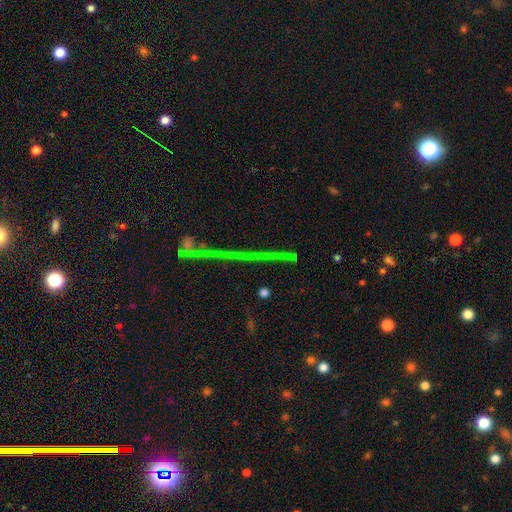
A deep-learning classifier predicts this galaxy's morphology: Q: Smooth or featured?
A: star or artifact (65%); runner-up: featured or disk (21%)